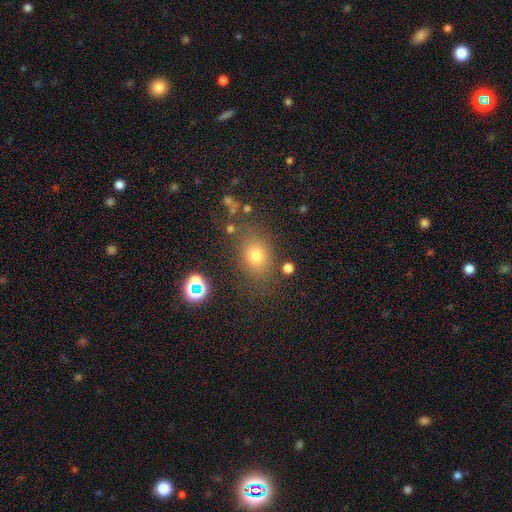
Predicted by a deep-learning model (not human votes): This appears to be a smooth galaxy with no disk features (71%) that is in between round and cigar-shaped (56%). Merging: none (76%).